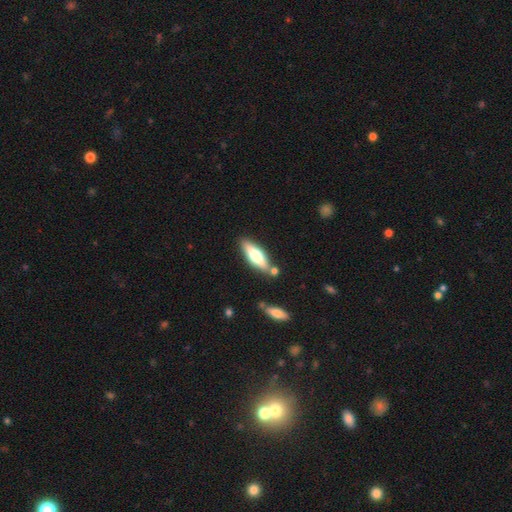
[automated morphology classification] Q: Smooth or featured?
A: smooth (55%); runner-up: featured or disk (39%)
Q: How rounded?
A: in between (49%); tied with: cigar-shaped (49%)
Q: Merging?
A: none (78%); runner-up: minor disturbance (12%)